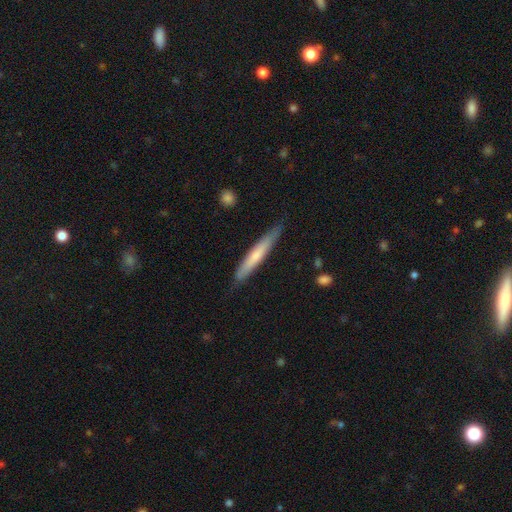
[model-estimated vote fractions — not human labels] Smooth or featured: smooth — 58% (featured or disk — 37%)
How rounded: cigar-shaped — 94% (in between — 4%)
Merging: none — 83% (minor disturbance — 14%)